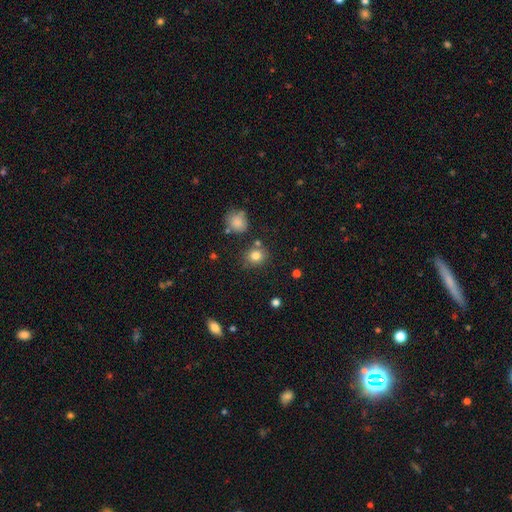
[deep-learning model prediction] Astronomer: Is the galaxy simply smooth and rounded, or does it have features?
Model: smooth — 81%.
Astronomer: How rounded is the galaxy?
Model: round — 77%.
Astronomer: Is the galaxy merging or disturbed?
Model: none — 77%.